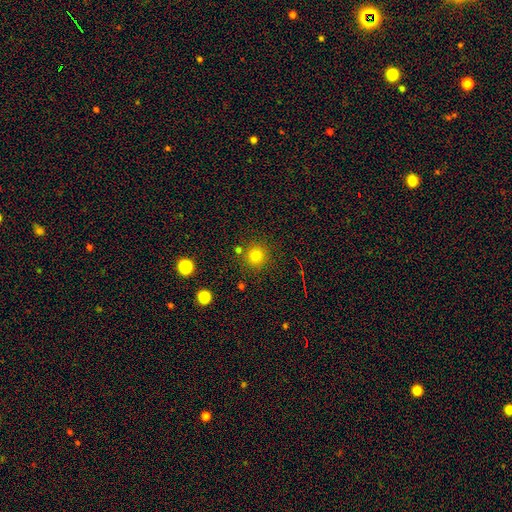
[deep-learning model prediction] A smooth galaxy with no disk features (78%) that is round (94%).

Vote fractions:
- Smooth or featured? smooth: 78% / star or artifact: 16% / featured or disk: 6%
- How rounded? round: 94% / in between: 5% / cigar-shaped: 1%
- Merging? none: 84% / minor disturbance: 8% / merger: 5% / major disturbance: 3%